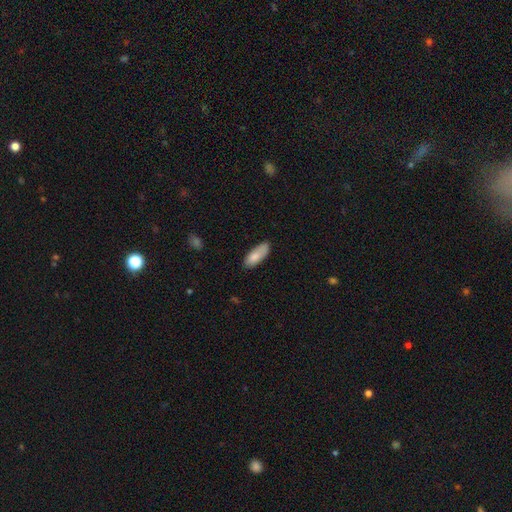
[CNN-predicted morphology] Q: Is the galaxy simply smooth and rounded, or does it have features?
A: smooth — 83%.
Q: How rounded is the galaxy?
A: in between — 75%.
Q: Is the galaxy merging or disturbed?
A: none — 72%.